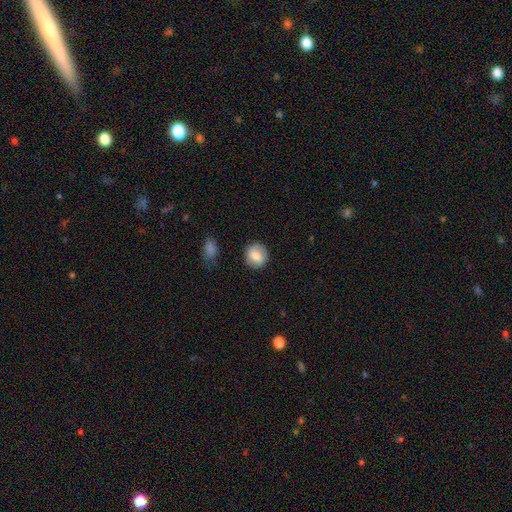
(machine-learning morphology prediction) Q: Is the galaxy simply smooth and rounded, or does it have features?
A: smooth — 75%.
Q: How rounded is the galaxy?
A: round — 81%.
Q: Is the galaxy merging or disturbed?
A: none — 83%.